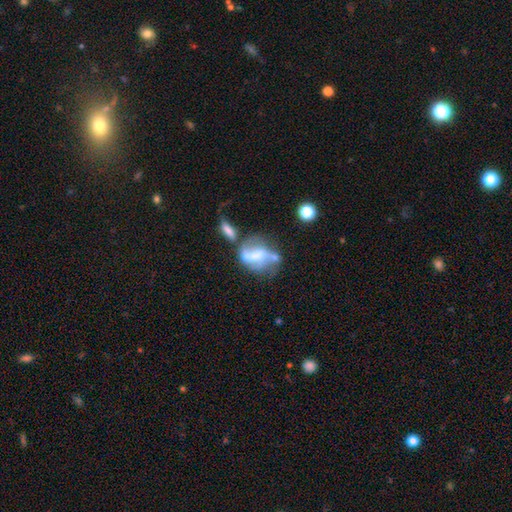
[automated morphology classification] Smooth or featured: featured or disk — 62% (smooth — 27%)
Edge-on disk: no — 94% (yes — 6%)
Bar: no — 37% (strong — 34%)
Spiral arms: no — 51% (yes — 49%)
Bulge size: none — 41% (moderate — 24%)
Merging: merger — 30% (none — 28%)